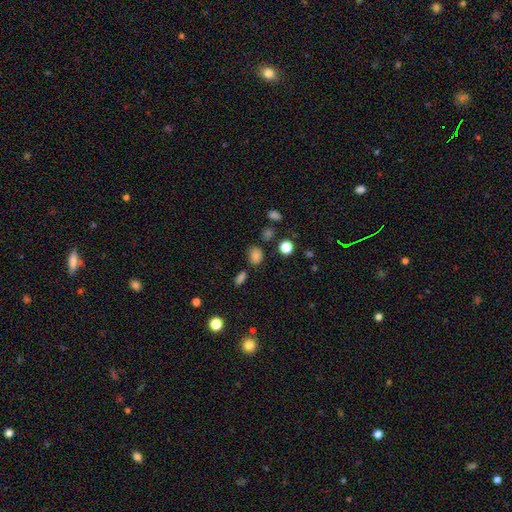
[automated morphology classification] Smooth or featured?
  - smooth: 77% *
  - star or artifact: 17%
  - featured or disk: 6%
How rounded?
  - in between: 51% *
  - round: 48%
  - cigar-shaped: 2%
Merging?
  - none: 74% *
  - minor disturbance: 13%
  - merger: 8%
  - major disturbance: 4%